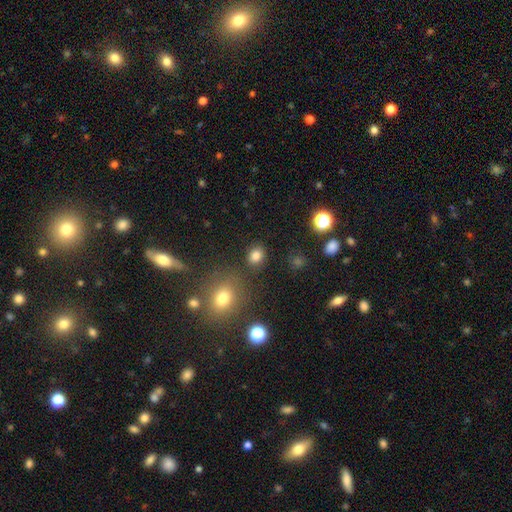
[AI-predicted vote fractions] smooth 82%, star or artifact 13%, featured or disk 5%. Down the decision tree: how rounded — round (52%); merging — none (82%).